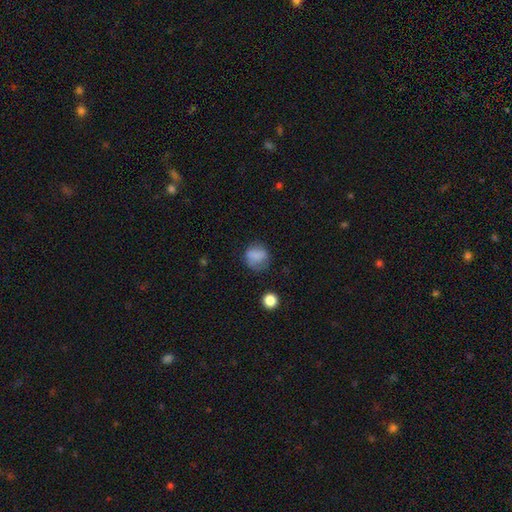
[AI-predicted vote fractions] A smooth galaxy with no disk features (78%) that is round (75%).

Vote fractions:
- Smooth or featured? smooth: 78% / featured or disk: 11% / star or artifact: 11%
- How rounded? round: 75% / in between: 24% / cigar-shaped: 1%
- Merging? none: 63% / minor disturbance: 24% / major disturbance: 11% / merger: 2%